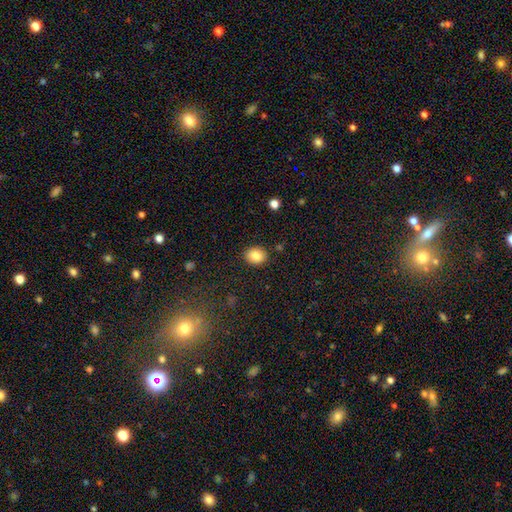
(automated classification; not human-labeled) Smooth or featured? smooth (85%)
How rounded? round (58%)
Merging? none (88%)